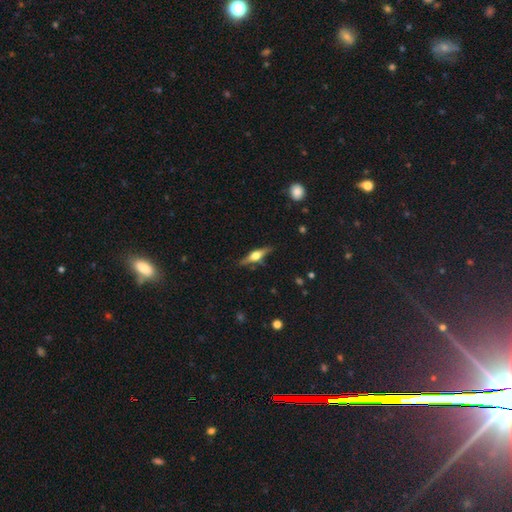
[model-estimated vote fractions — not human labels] Smooth or featured?
  - featured or disk: 66% *
  - smooth: 28%
  - star or artifact: 6%
Edge-on disk?
  - yes: 96% *
  - no: 4%
Edge-on bulge?
  - rounded: 93% *
  - boxy: 5%
  - none: 2%
Merging?
  - none: 85% *
  - minor disturbance: 11%
  - major disturbance: 2%
  - merger: 2%